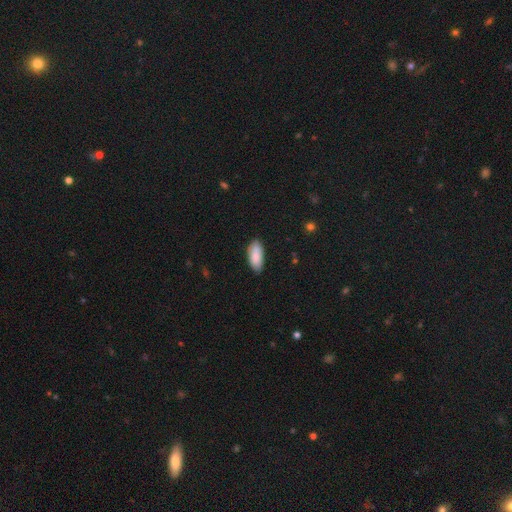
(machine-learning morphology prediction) Smooth or featured? smooth (86%)
How rounded? in between (88%)
Merging? none (82%)